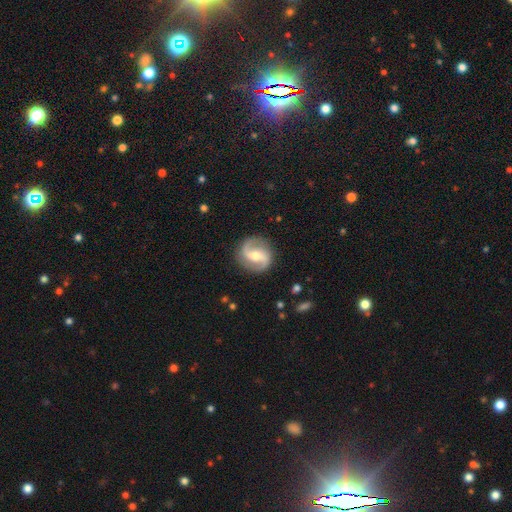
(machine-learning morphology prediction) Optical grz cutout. It shows a featured or disk galaxy (86%) with a weak bar (43%), 2 (93%) medium (50%) spiral arms (96%) and a moderate central bulge (61%). Merging: none (87%).